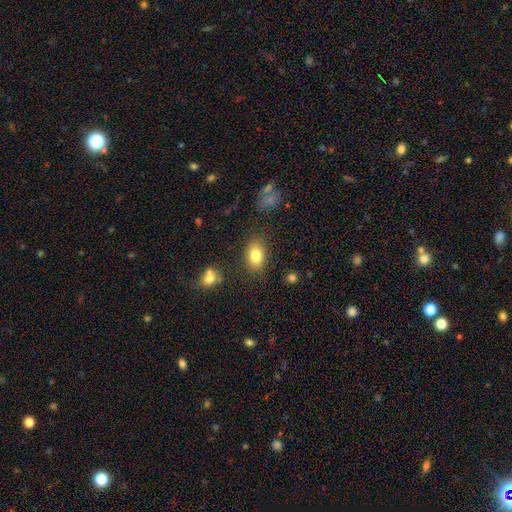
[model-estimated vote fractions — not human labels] A smooth galaxy with no disk features (81%) that is in between round and cigar-shaped (82%). Merging: none (82%).